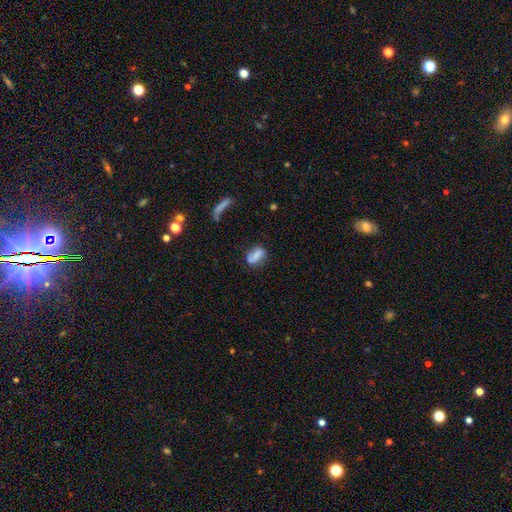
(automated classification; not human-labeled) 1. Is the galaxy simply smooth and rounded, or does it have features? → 57% smooth, 32% featured or disk, 11% star or artifact.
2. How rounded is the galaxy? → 78% in between, 15% round, 7% cigar-shaped.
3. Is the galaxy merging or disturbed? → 59% none, 24% minor disturbance, 10% major disturbance, 7% merger.